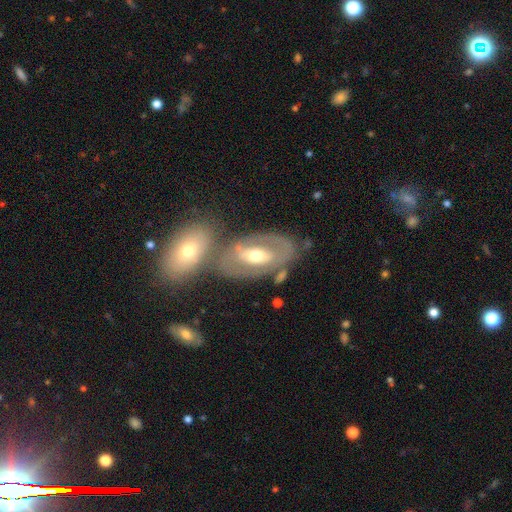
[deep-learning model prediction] The model was most divided on "spiral arms": no: 51%, yes: 49%. Remaining: edge-on disk — no (91%); bulge size — moderate (72%); smooth or featured — featured or disk (69%); merging — none (50%); bar — no (44%).